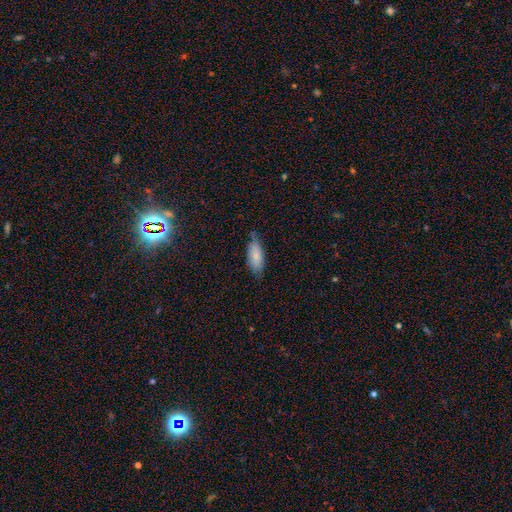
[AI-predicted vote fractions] A smooth galaxy with no disk features (81%) that is in between round and cigar-shaped (85%).

Vote fractions:
- Smooth or featured? smooth: 81% / featured or disk: 13% / star or artifact: 6%
- How rounded? in between: 85% / cigar-shaped: 13% / round: 2%
- Merging? none: 67% / minor disturbance: 27% / major disturbance: 4% / merger: 2%